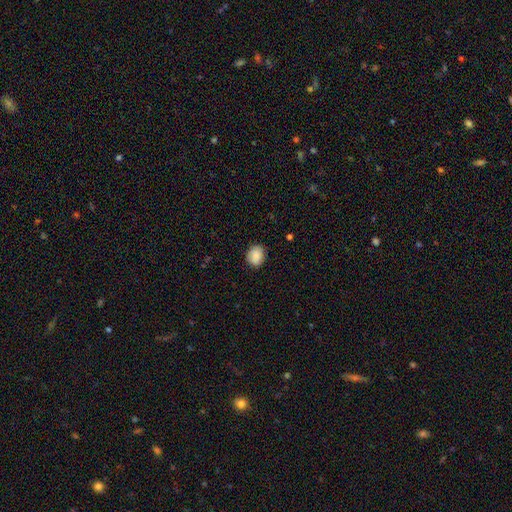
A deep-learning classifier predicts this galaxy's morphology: This appears to be a smooth galaxy with no disk features (89%) that is round (52%). Merging: none (84%).